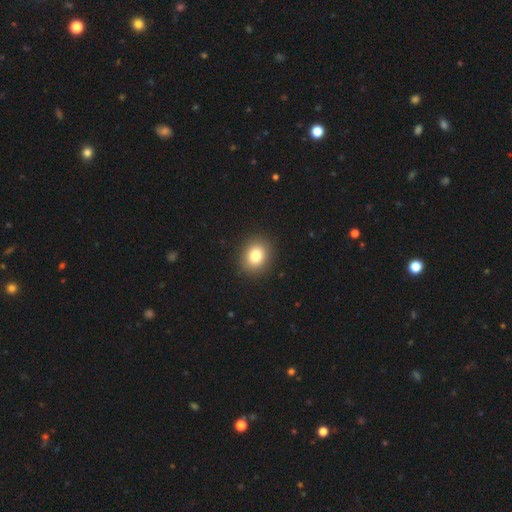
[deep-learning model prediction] Smooth or featured? smooth (81%)
How rounded? round (62%)
Merging? none (90%)